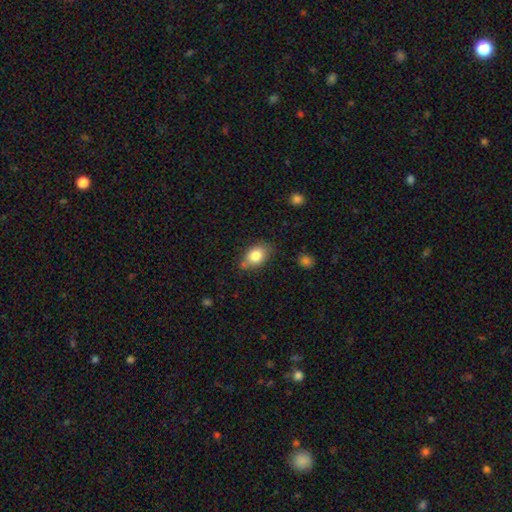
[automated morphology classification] Smooth or featured?
  - smooth: 80% *
  - featured or disk: 11%
  - star or artifact: 8%
How rounded?
  - in between: 79% *
  - round: 19%
  - cigar-shaped: 2%
Merging?
  - none: 70% *
  - minor disturbance: 22%
  - merger: 4%
  - major disturbance: 4%